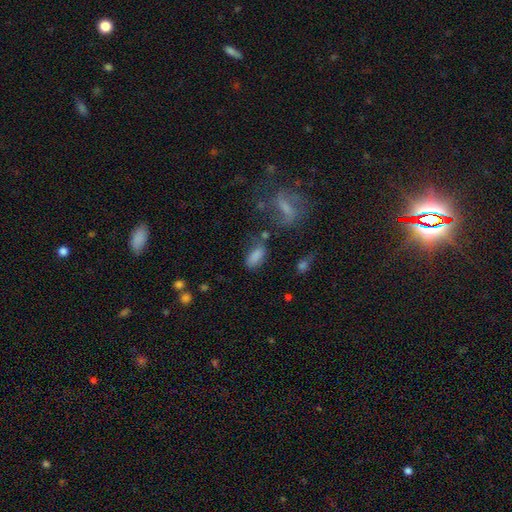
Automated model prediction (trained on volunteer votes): smooth-or-featured: smooth: 81% | star or artifact: 11% | featured or disk: 8%
  how-rounded: in between: 84% | cigar-shaped: 12% | round: 4%
  merging: none: 60% | minor disturbance: 21% | major disturbance: 10% | merger: 10%